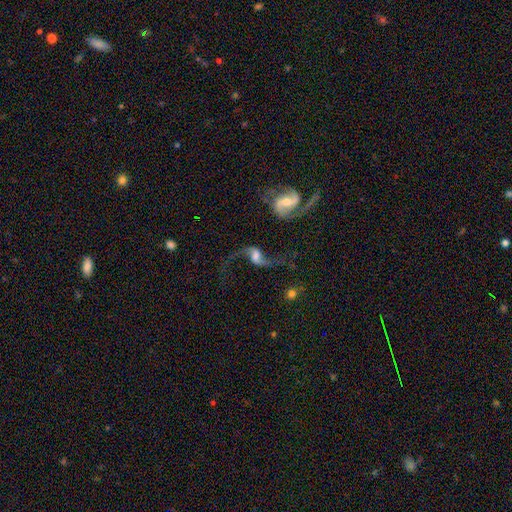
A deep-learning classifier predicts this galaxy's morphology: Smooth or featured: featured or disk — 87% (smooth — 7%)
Edge-on disk: no — 96% (yes — 4%)
Bar: weak — 48% (no — 28%)
Spiral arms: yes — 96% (no — 4%)
Spiral winding: loose — 90% (medium — 8%)
Spiral arm count: 2 — 92% (1 — 3%)
Bulge size: moderate — 43% (small — 27%)
Merging: none — 60% (major disturbance — 17%)